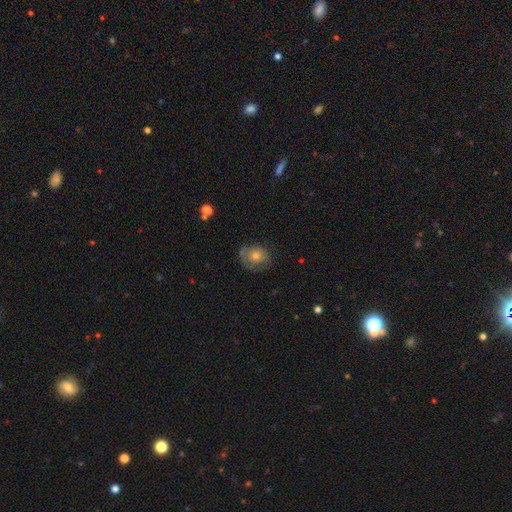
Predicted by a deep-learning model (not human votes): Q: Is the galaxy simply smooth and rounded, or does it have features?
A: smooth — 50%.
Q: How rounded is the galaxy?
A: round — 73%.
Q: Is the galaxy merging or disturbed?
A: none — 69%.